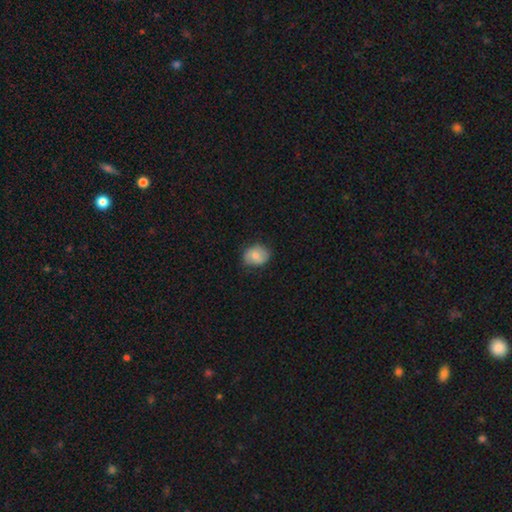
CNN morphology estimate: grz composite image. It shows a smooth galaxy with no disk features (76%) that is in between round and cigar-shaped (50%). Merging: none (74%).